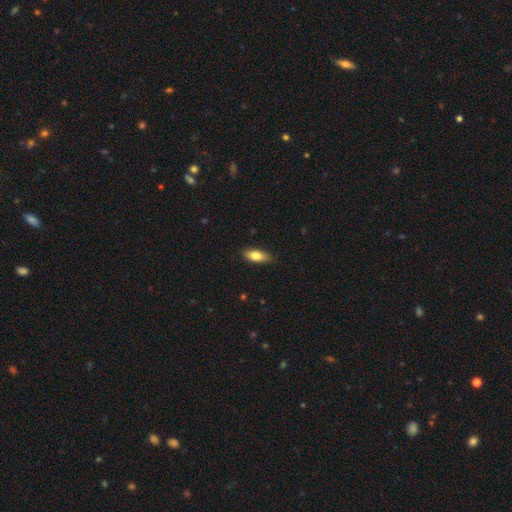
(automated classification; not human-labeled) This appears to be a smooth galaxy with no disk features (79%) that is in between round and cigar-shaped (79%). Merging: none (83%).